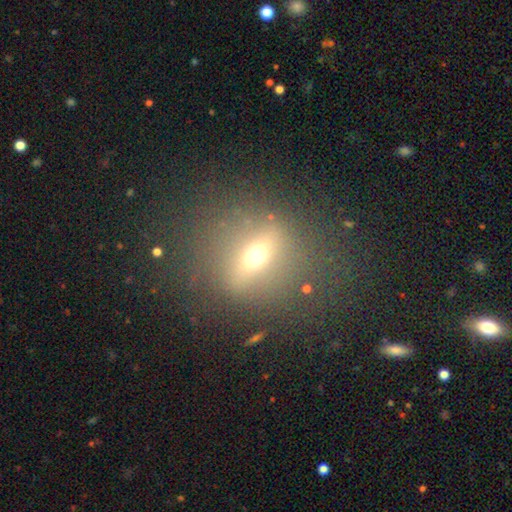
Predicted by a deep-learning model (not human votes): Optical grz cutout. It shows a featured or disk galaxy (45%). Merging: none (78%).